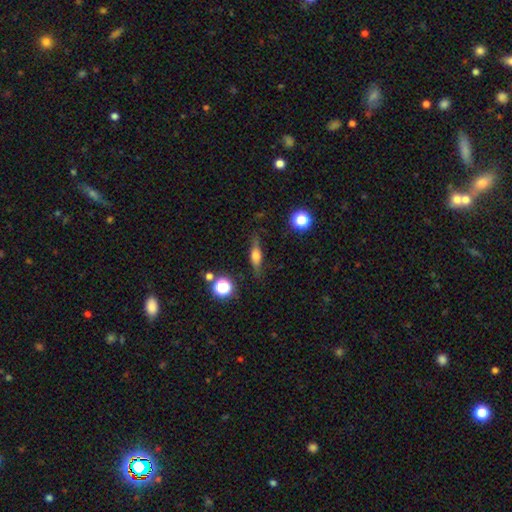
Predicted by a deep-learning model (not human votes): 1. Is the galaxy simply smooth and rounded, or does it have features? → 46% smooth, 44% featured or disk, 10% star or artifact.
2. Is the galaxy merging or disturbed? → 80% none, 14% minor disturbance, 4% major disturbance, 2% merger.